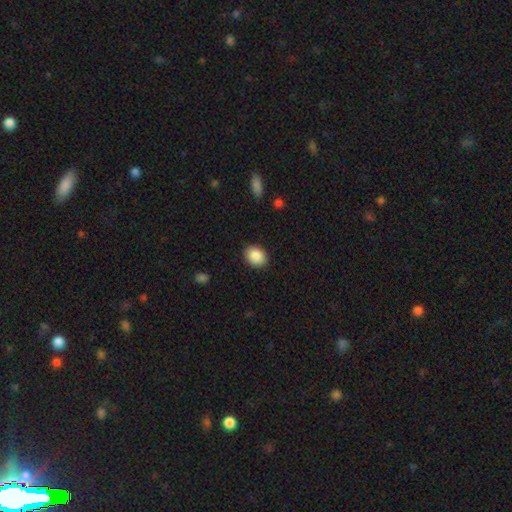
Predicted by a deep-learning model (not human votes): This appears to be a smooth galaxy with no disk features (88%) that is in between round and cigar-shaped (60%). Merging: none (88%).